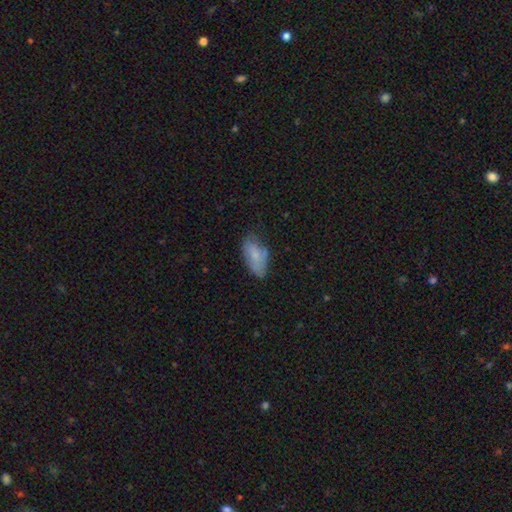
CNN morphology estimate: Smooth or featured?
  - smooth: 73% *
  - featured or disk: 20%
  - star or artifact: 7%
How rounded?
  - in between: 91% *
  - cigar-shaped: 6%
  - round: 3%
Merging?
  - none: 54% *
  - minor disturbance: 34%
  - major disturbance: 10%
  - merger: 2%